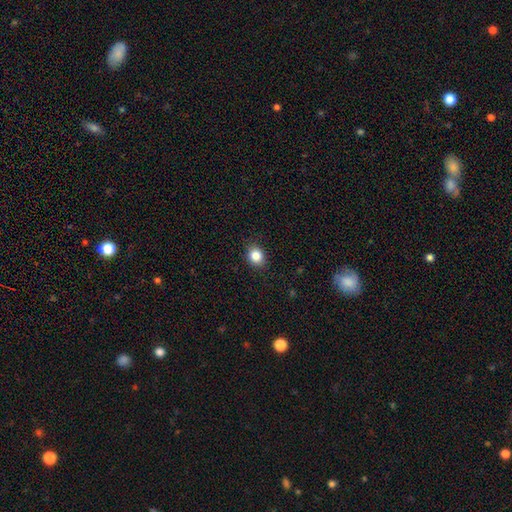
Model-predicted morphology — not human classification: Smooth or featured? smooth (85%)
How rounded? round (62%)
Merging? none (88%)